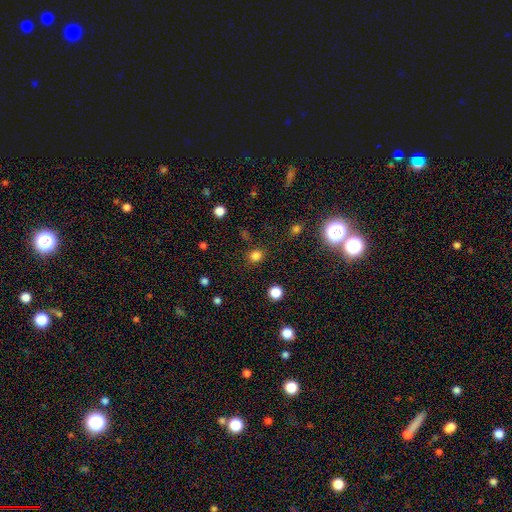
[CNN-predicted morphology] This appears to be a smooth galaxy with no disk features (80%) that is round (80%). Merging: none (87%).